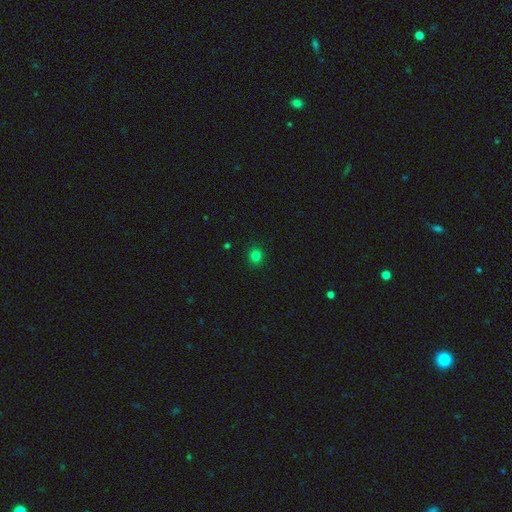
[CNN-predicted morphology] type=smooth (79%); roundness=round (88%); merging=none (92%).